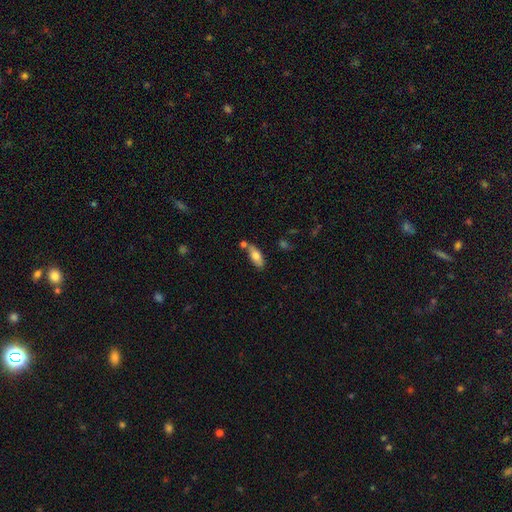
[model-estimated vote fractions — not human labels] smooth_or_featured: smooth (p=0.74) [alt: featured or disk p=0.19]
how_rounded: in between (p=0.77) [alt: cigar-shaped p=0.21]
merging: none (p=0.59) [alt: merger p=0.19]